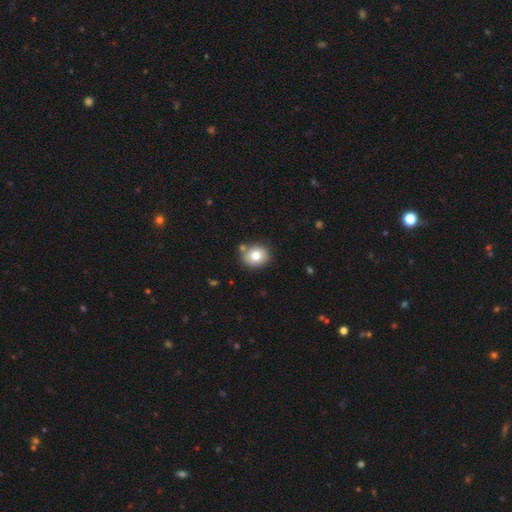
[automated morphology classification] Q: Smooth or featured?
A: smooth (77%); runner-up: featured or disk (13%)
Q: How rounded?
A: round (72%); runner-up: in between (27%)
Q: Merging?
A: none (78%); runner-up: minor disturbance (11%)